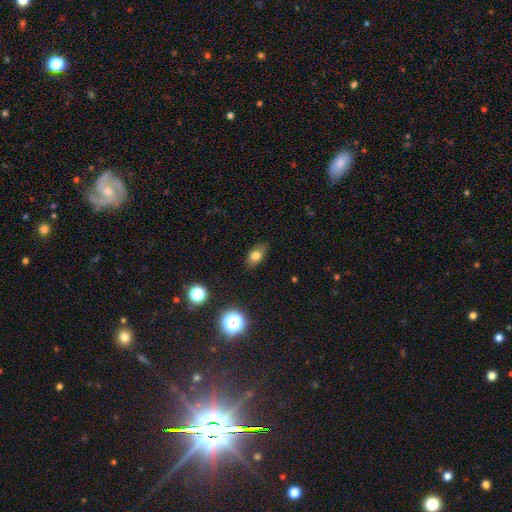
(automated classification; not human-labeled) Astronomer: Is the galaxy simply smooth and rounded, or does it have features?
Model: smooth — 74%.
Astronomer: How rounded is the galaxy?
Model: in between — 81%.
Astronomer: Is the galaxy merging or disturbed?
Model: none — 84%.